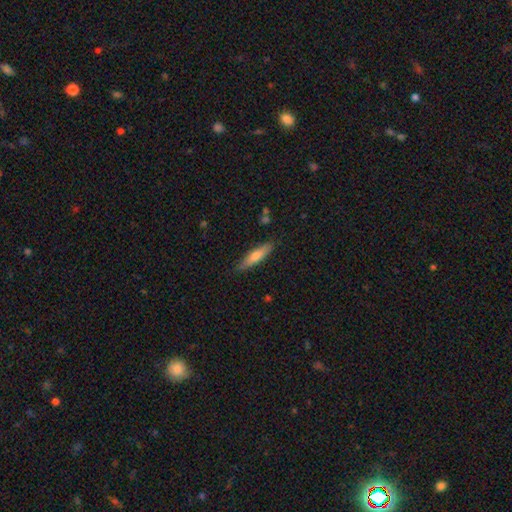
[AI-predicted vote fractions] Morphology: type=smooth (58%); roundness=cigar-shaped (81%); merging=none (87%).